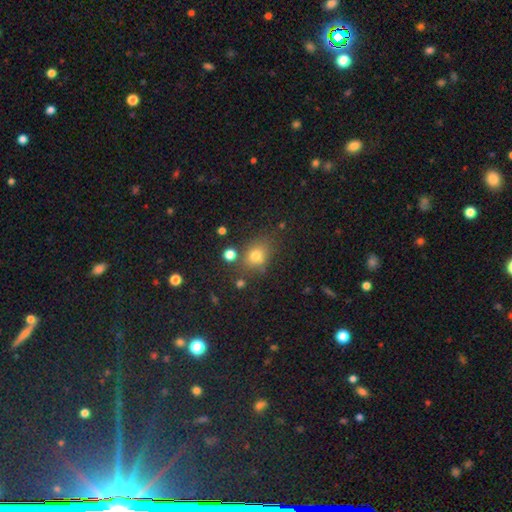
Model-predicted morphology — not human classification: Smooth or featured? smooth (74%)
How rounded? round (58%)
Merging? none (69%)